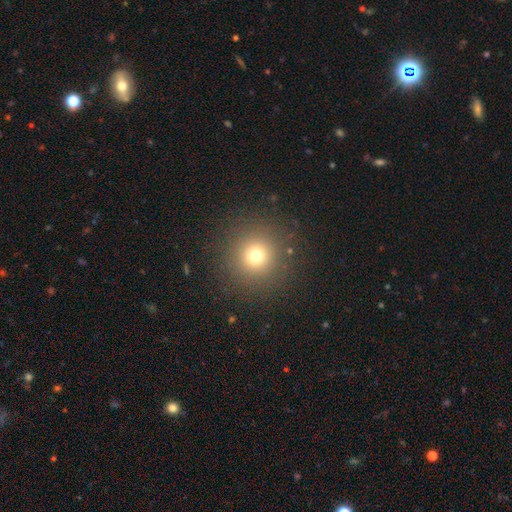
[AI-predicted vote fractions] The model was most divided on "smooth or featured": smooth: 72%, star or artifact: 19%, featured or disk: 9%. More confident: how rounded — round (95%); merging — none (89%).